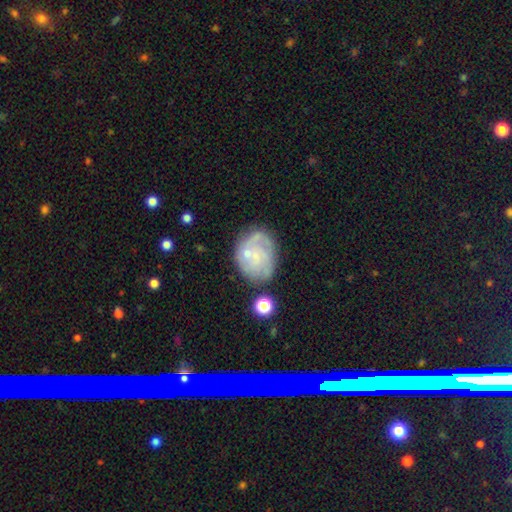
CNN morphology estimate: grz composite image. It shows a featured or disk galaxy (65%) with no bar (76%), tight (52%) spiral arms (80%) and a small central bulge (71%). Merging: none (58%).